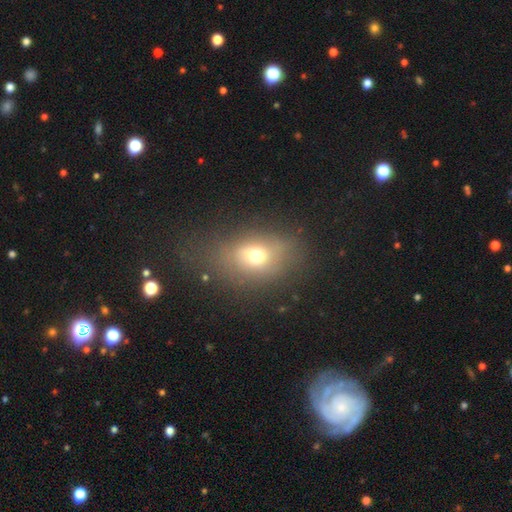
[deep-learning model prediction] Q: Smooth or featured?
A: smooth (65%); runner-up: featured or disk (19%)
Q: How rounded?
A: in between (60%); runner-up: round (38%)
Q: Merging?
A: none (60%); runner-up: minor disturbance (20%)